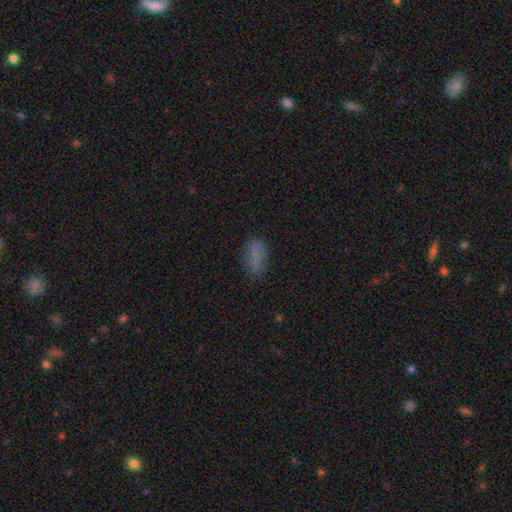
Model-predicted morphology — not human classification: The model was most divided on "how rounded": in between: 73%, cigar-shaped: 22%, round: 5%. More confident: merging — none (78%); smooth or featured — smooth (75%).